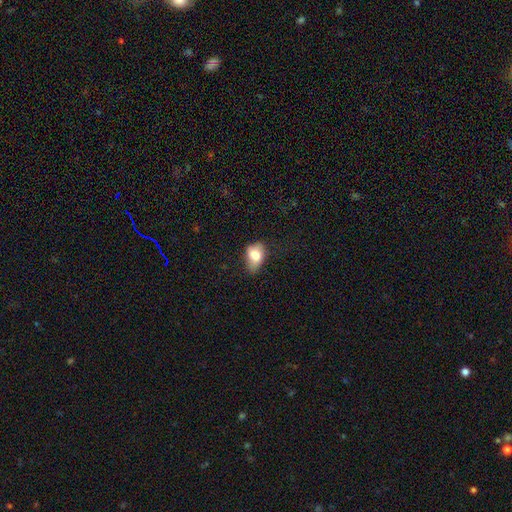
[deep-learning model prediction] Smooth or featured?
  - smooth: 76% *
  - featured or disk: 15%
  - star or artifact: 9%
How rounded?
  - in between: 81% *
  - round: 17%
  - cigar-shaped: 2%
Merging?
  - none: 44% *
  - minor disturbance: 38%
  - major disturbance: 15%
  - merger: 2%